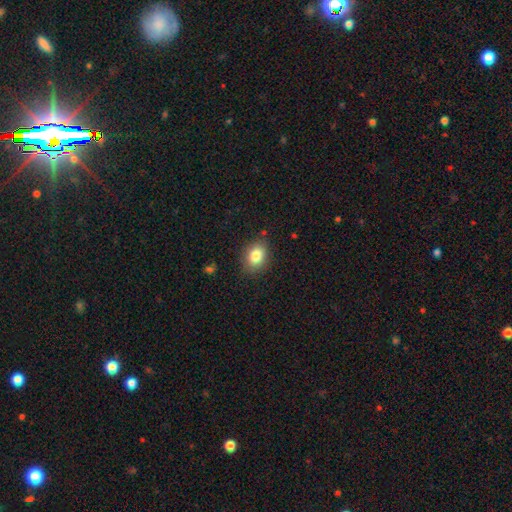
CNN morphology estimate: Smooth or featured: smooth — 83% (star or artifact — 9%)
How rounded: in between — 67% (round — 32%)
Merging: none — 82% (minor disturbance — 13%)